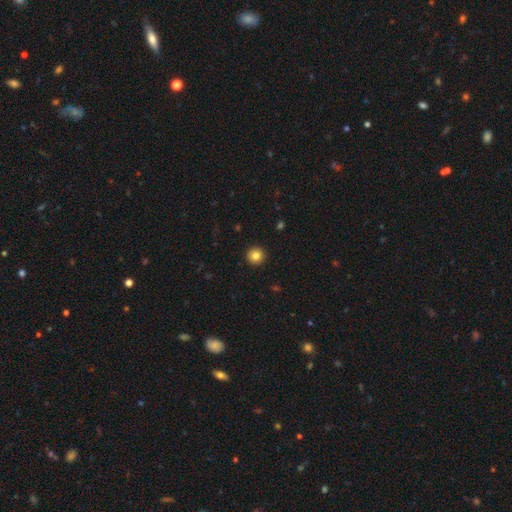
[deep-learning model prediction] smooth 83%, star or artifact 10%, featured or disk 6%. Down the decision tree: how rounded — round (96%); merging — none (94%).